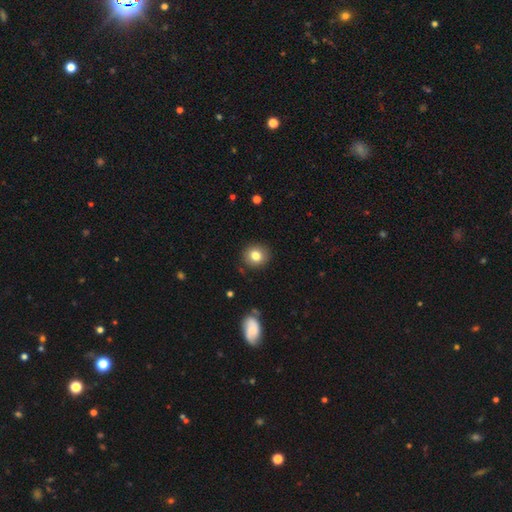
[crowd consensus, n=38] smooth 84%, featured or disk 8%, star or artifact 8%. Down the decision tree: how rounded — round (94%); merging — none (77%).